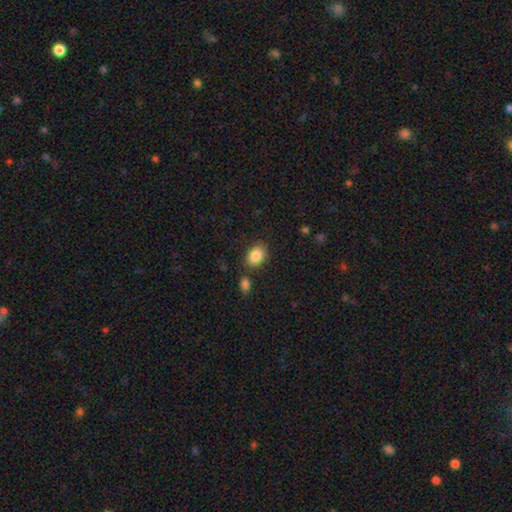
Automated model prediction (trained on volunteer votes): Overall: smooth (87%). How rounded: in between (75%). Merging: none (77%).